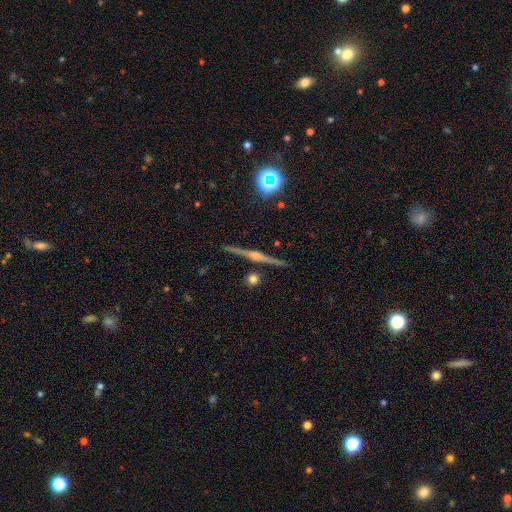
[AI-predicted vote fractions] Smooth or featured?
  - featured or disk: 81% *
  - smooth: 10%
  - star or artifact: 9%
Edge-on disk?
  - yes: 98% *
  - no: 2%
Edge-on bulge?
  - rounded: 74% *
  - boxy: 16%
  - none: 10%
Merging?
  - none: 91% *
  - minor disturbance: 5%
  - merger: 2%
  - major disturbance: 1%